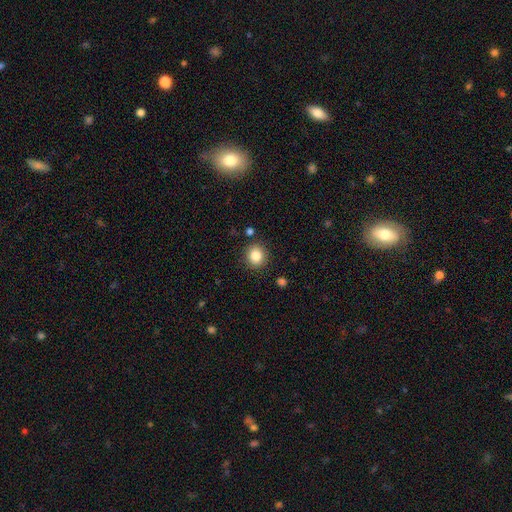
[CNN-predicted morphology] Smooth or featured? smooth (85%)
How rounded? round (85%)
Merging? none (88%)